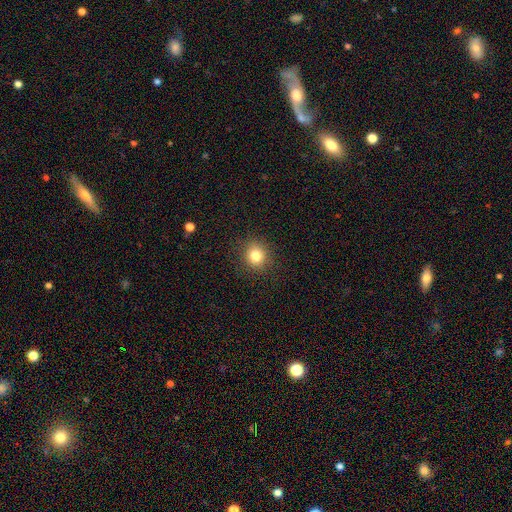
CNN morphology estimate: This is clearly a smooth galaxy (80%). How rounded: clearly round (85%). Merging: clearly none (90%).